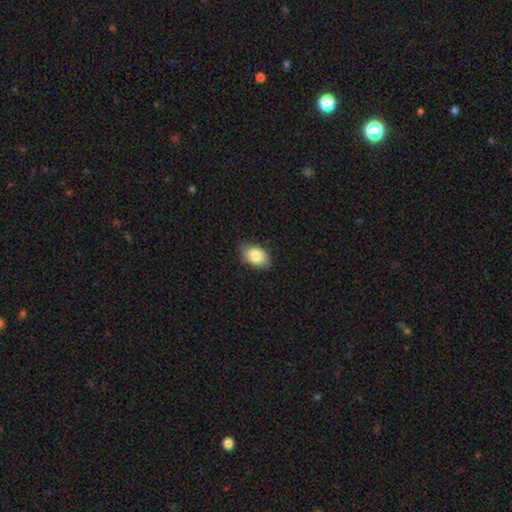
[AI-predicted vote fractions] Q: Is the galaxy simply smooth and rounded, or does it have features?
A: smooth — 84%.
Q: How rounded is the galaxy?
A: in between — 91%.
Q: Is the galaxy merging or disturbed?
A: none — 80%.